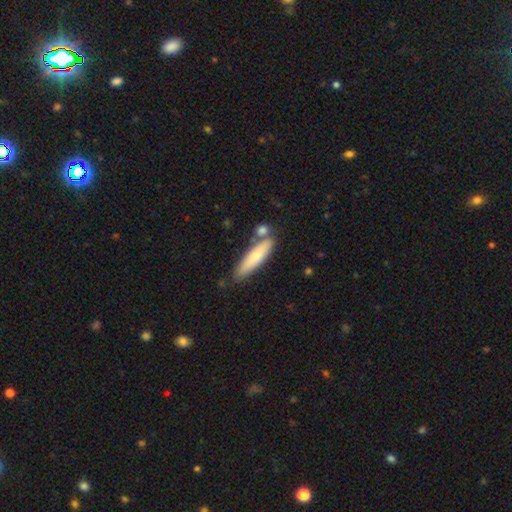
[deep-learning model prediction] Morphology: type=smooth (71%); roundness=cigar-shaped (77%); merging=none (69%).